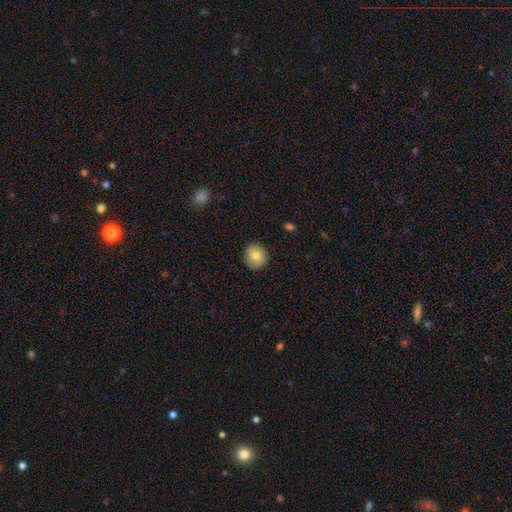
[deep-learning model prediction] This is likely a smooth galaxy (79%). How rounded: clearly round (89%). Merging: clearly none (88%).